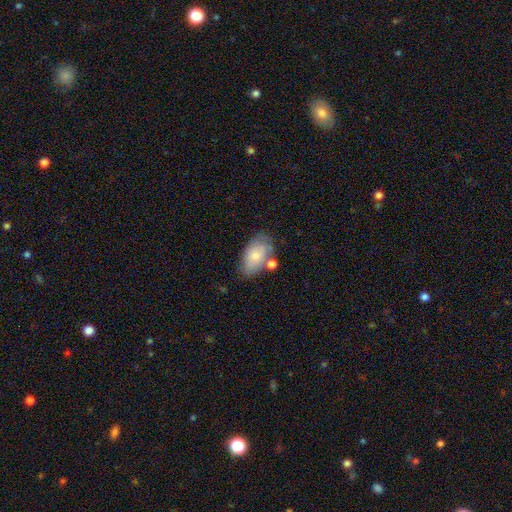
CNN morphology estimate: Smooth or featured? Predicted: smooth (p=0.70). How rounded? Predicted: in between (p=0.91). Merging? Predicted: none (p=0.55).